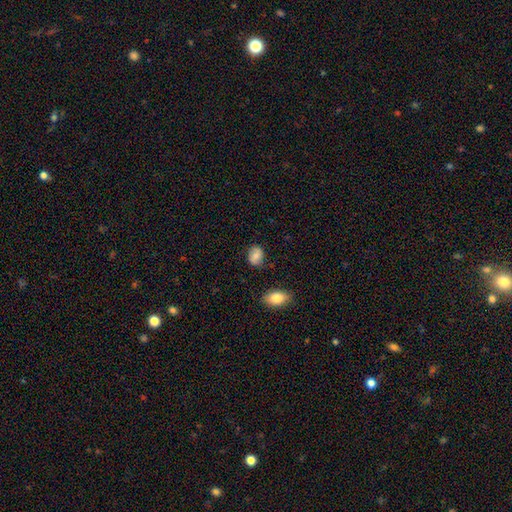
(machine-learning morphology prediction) The model was most divided on "how rounded": in between: 63%, round: 35%, cigar-shaped: 1%. More confident: merging — none (79%); smooth or featured — smooth (77%).